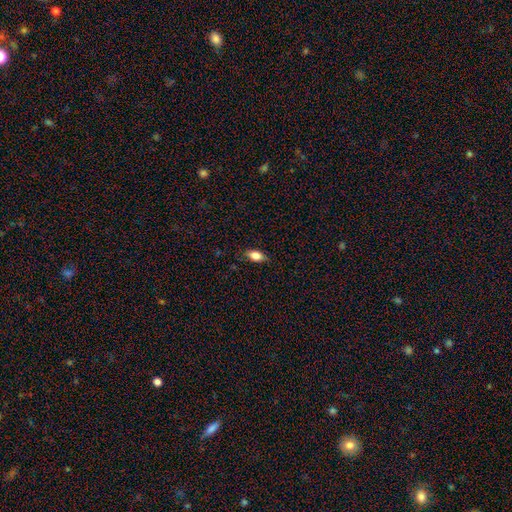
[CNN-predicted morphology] A smooth galaxy with no disk features (81%) that is in between round and cigar-shaped (86%). Merging: none (83%).